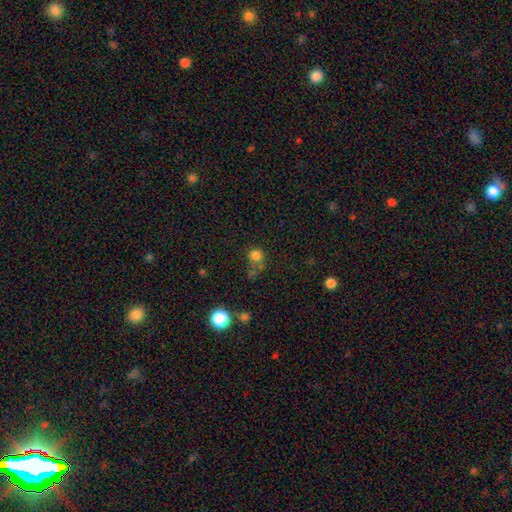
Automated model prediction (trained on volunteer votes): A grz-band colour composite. It shows a smooth galaxy with no disk features (77%) that is round (87%). Merging: none (54%).